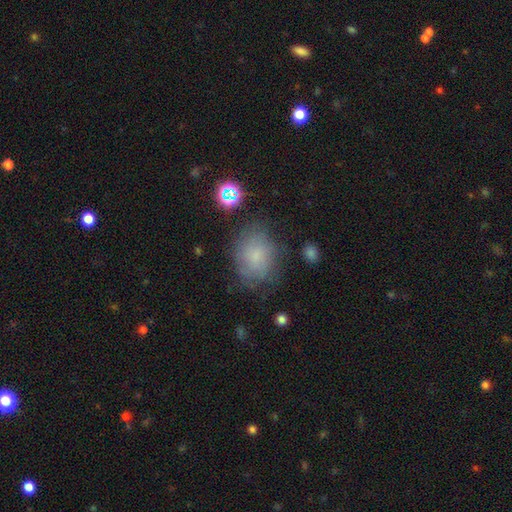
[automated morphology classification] smooth_or_featured: smooth (p=0.64) [alt: featured or disk p=0.22]
how_rounded: in between (p=0.51) [alt: round p=0.48]
merging: none (p=0.64) [alt: minor disturbance p=0.23]